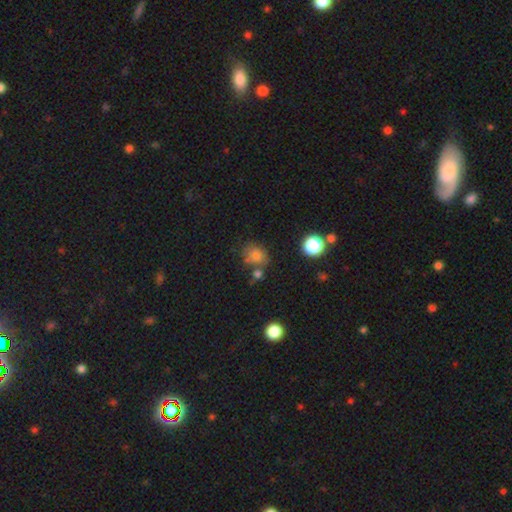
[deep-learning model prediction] smooth-or-featured: smooth: 77% | star or artifact: 14% | featured or disk: 9%
  how-rounded: round: 53% | in between: 46% | cigar-shaped: 1%
  merging: none: 58% | minor disturbance: 18% | merger: 16% | major disturbance: 7%